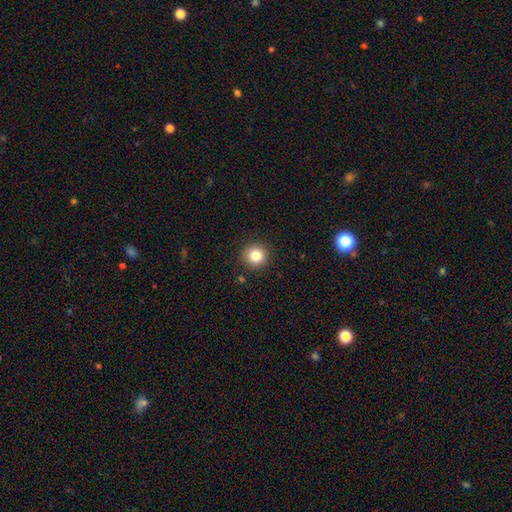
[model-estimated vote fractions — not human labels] This is clearly a smooth galaxy (82%). How rounded: clearly round (93%). Merging: clearly none (91%).